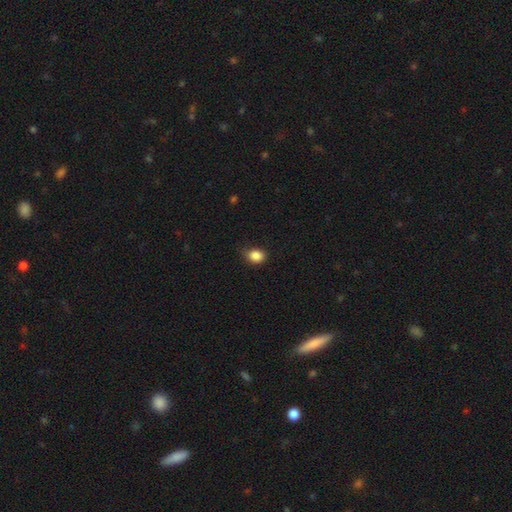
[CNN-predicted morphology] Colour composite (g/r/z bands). It shows a smooth galaxy with no disk features (86%) that is round (51%). Merging: none (69%).